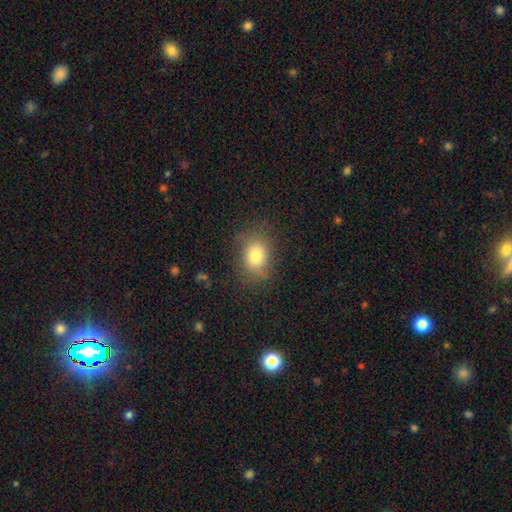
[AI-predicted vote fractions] Smooth or featured?
  - smooth: 78% *
  - star or artifact: 11%
  - featured or disk: 10%
How rounded?
  - in between: 59% *
  - round: 40%
  - cigar-shaped: 1%
Merging?
  - none: 77% *
  - minor disturbance: 16%
  - major disturbance: 6%
  - merger: 1%